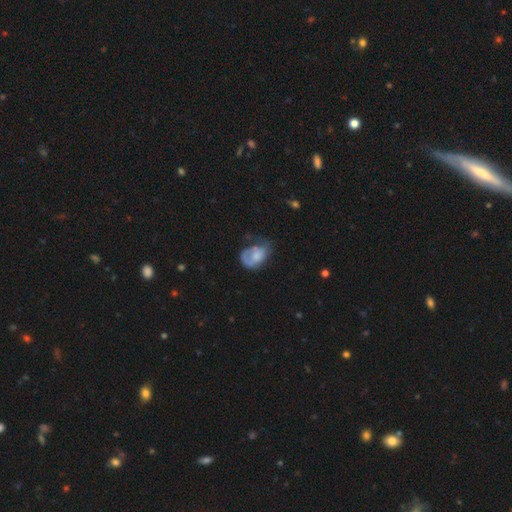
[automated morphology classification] smooth-or-featured: smooth: 52% | featured or disk: 41% | star or artifact: 7%
  how-rounded: in between: 72% | round: 27% | cigar-shaped: 1%
  merging: major disturbance: 37% | none: 31% | minor disturbance: 29% | merger: 3%